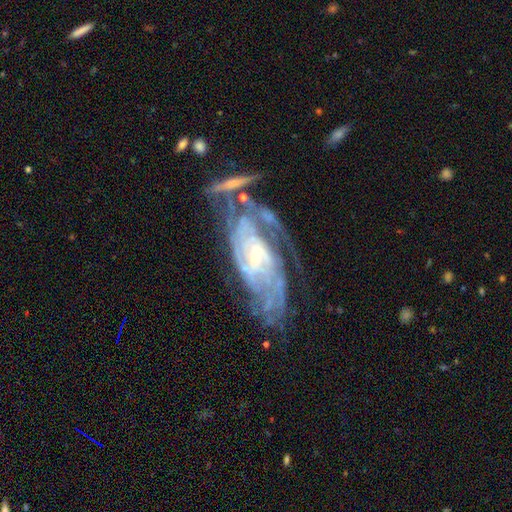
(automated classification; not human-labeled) Smooth or featured? featured or disk (86%)
Edge-on disk? no (92%)
Bar? no (59%)
Spiral arms? yes (93%)
Spiral winding? tight (65%)
Spiral arm count? can't tell (44%)
Bulge size? small (70%)
Merging? none (46%)